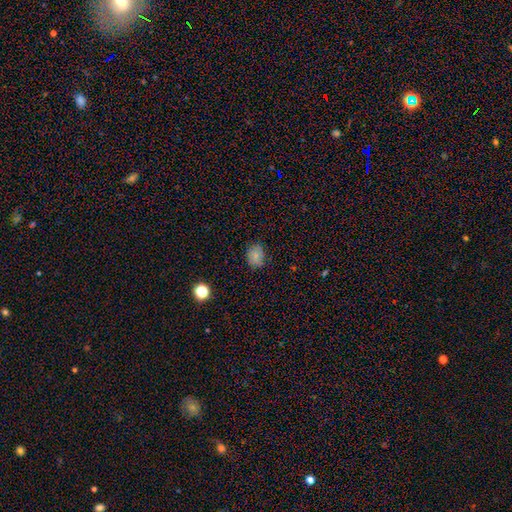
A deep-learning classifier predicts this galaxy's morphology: This is likely a smooth galaxy (78%). How rounded: possibly in between (52%). Merging: clearly none (82%).